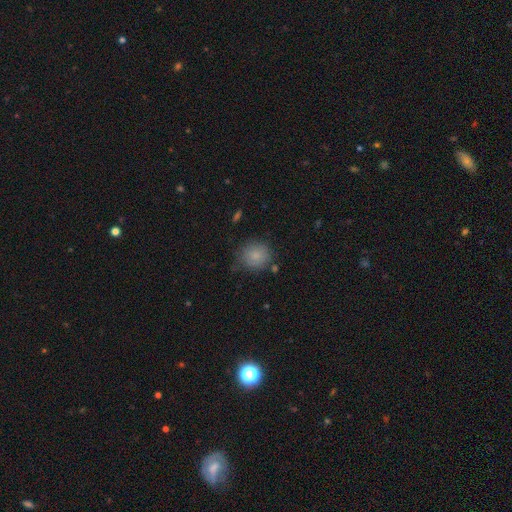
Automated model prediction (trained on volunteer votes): Q: Smooth or featured?
A: smooth (83%); runner-up: star or artifact (9%)
Q: How rounded?
A: round (87%); runner-up: in between (12%)
Q: Merging?
A: none (75%); runner-up: minor disturbance (17%)